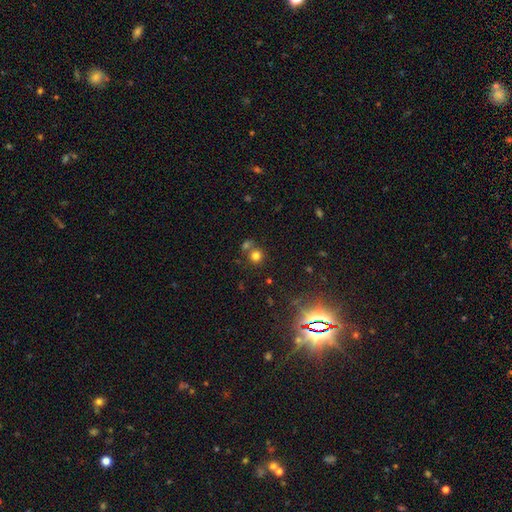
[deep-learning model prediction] Q: Smooth or featured?
A: smooth (75%); runner-up: star or artifact (18%)
Q: How rounded?
A: round (89%); runner-up: in between (10%)
Q: Merging?
A: none (63%); runner-up: merger (26%)